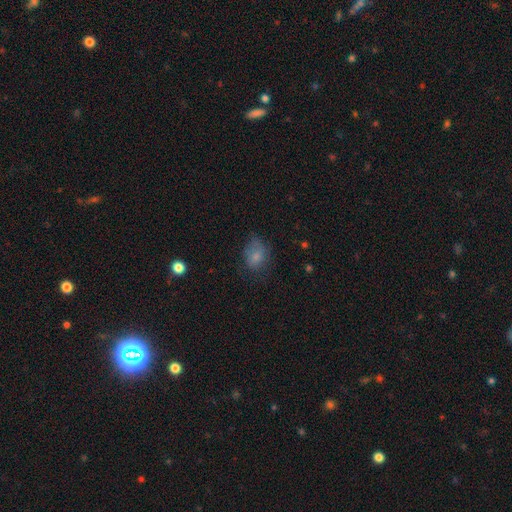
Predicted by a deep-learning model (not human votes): Smooth or featured? Predicted: smooth (p=0.74). How rounded? Predicted: in between (p=0.67). Merging? Predicted: none (p=0.52).